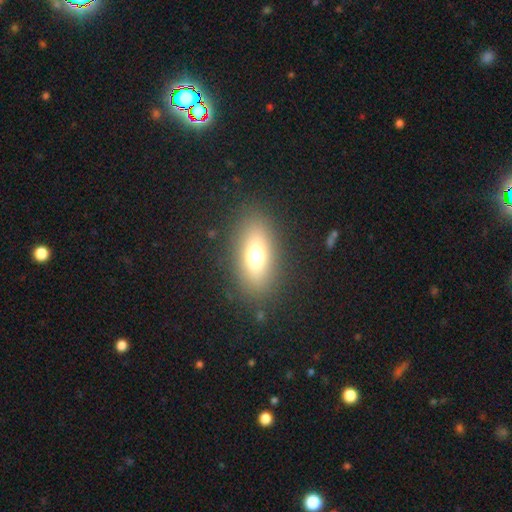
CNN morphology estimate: Overall: smooth (67%). How rounded: in between (78%). Merging: none (86%).